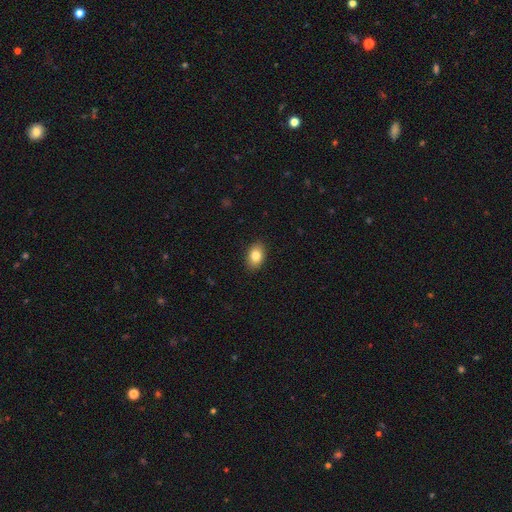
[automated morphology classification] smooth 82%, featured or disk 10%, star or artifact 8%. Down the decision tree: how rounded — in between (85%); merging — none (89%).